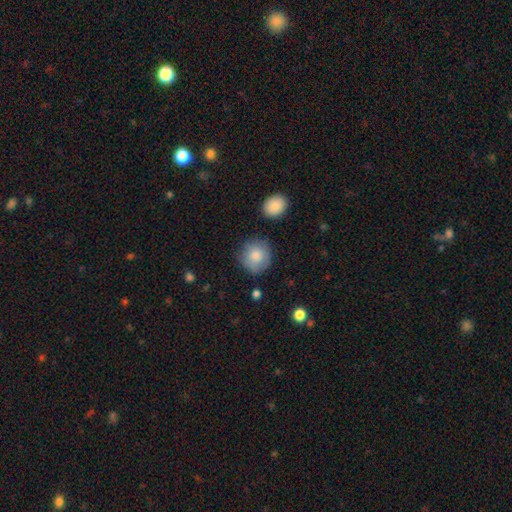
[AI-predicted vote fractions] A smooth galaxy with no disk features (83%) that is round (91%). Merging: none (79%).